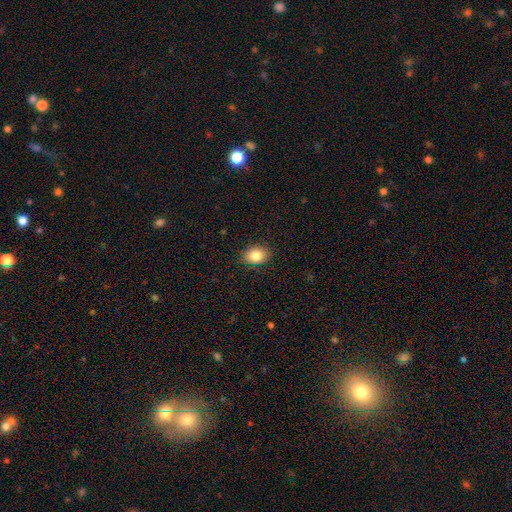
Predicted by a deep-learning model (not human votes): This is clearly a smooth galaxy (83%). How rounded: likely in between (63%). Merging: clearly none (88%).